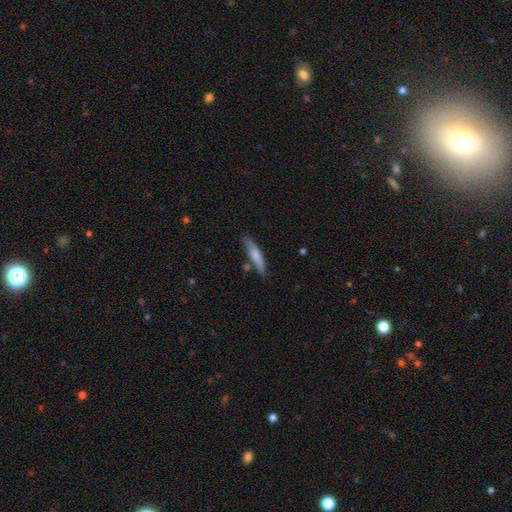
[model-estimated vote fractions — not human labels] This is likely a smooth galaxy (70%). How rounded: clearly cigar-shaped (85%). Merging: likely none (75%).